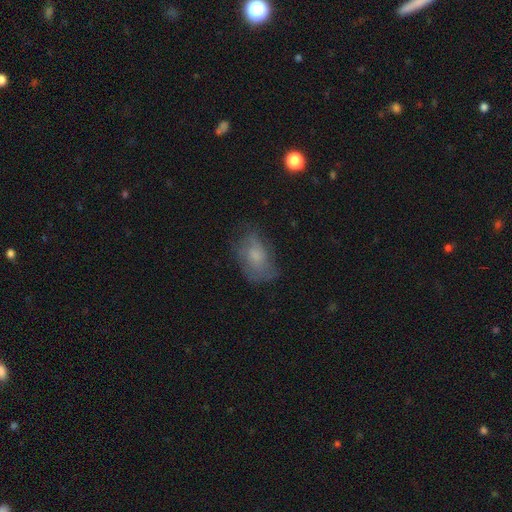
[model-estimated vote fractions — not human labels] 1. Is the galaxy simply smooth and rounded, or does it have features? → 55% smooth, 34% featured or disk, 10% star or artifact.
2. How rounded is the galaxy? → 84% in between, 14% round, 2% cigar-shaped.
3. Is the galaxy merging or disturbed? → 58% none, 27% minor disturbance, 14% major disturbance, 2% merger.